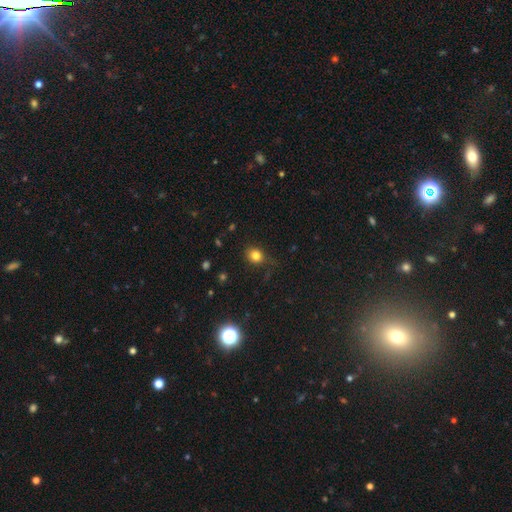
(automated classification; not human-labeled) Smooth or featured: smooth — 80% (star or artifact — 14%)
How rounded: round — 68% (in between — 31%)
Merging: none — 74% (minor disturbance — 18%)